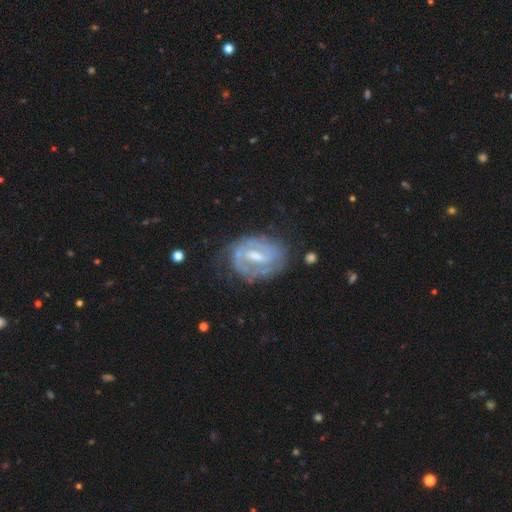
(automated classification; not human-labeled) Q: Smooth or featured?
A: featured or disk (81%); runner-up: smooth (13%)
Q: Edge-on disk?
A: no (96%); runner-up: yes (4%)
Q: Bar?
A: weak (48%); runner-up: strong (38%)
Q: Spiral arms?
A: yes (82%); runner-up: no (18%)
Q: Spiral winding?
A: tight (58%); runner-up: medium (33%)
Q: Spiral arm count?
A: 2 (51%); runner-up: can't tell (32%)
Q: Bulge size?
A: moderate (51%); runner-up: small (35%)
Q: Merging?
A: none (64%); runner-up: minor disturbance (23%)